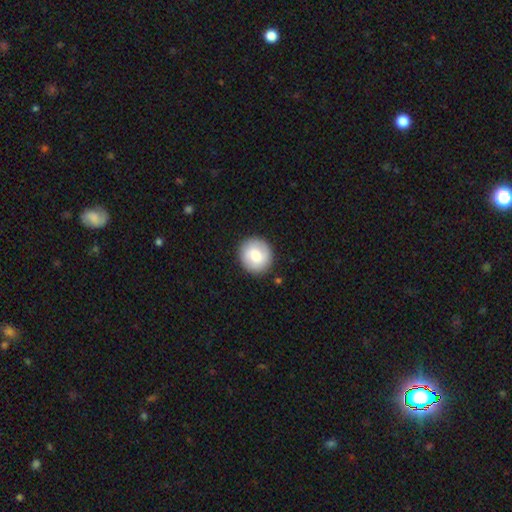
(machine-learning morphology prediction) The model was most divided on "smooth or featured": smooth: 70%, featured or disk: 24%, star or artifact: 7%. More confident: how rounded — round (91%); merging — none (89%).